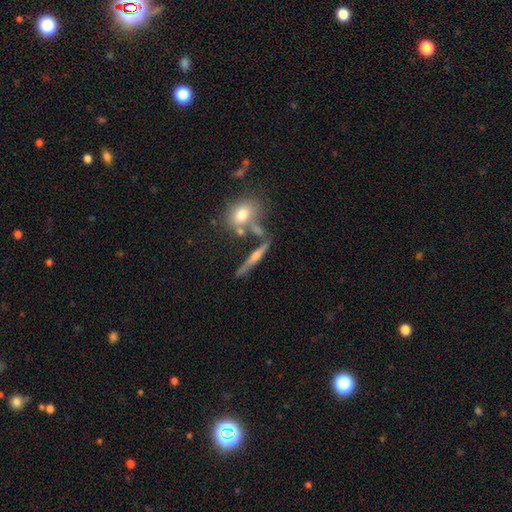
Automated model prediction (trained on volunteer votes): This appears to be a featured or disk galaxy (67%) viewed edge-on (93%) with a rounded central bulge (88%). Merging: none (72%).